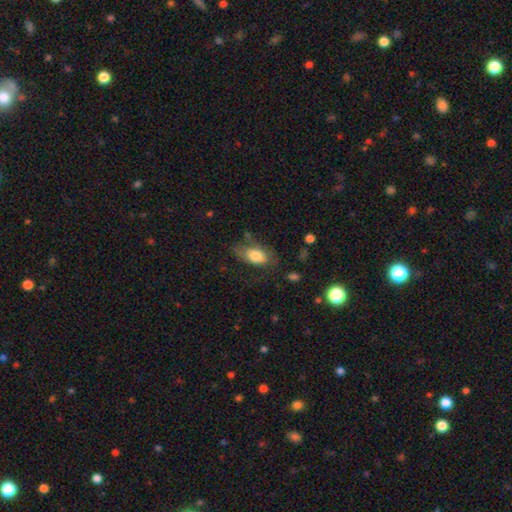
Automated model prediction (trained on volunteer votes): A smooth galaxy with no disk features (70%) that is in between round and cigar-shaped (90%).

Vote fractions:
- Smooth or featured? smooth: 70% / featured or disk: 23% / star or artifact: 7%
- How rounded? in between: 90% / round: 6% / cigar-shaped: 4%
- Merging? none: 51% / minor disturbance: 28% / major disturbance: 19% / merger: 2%